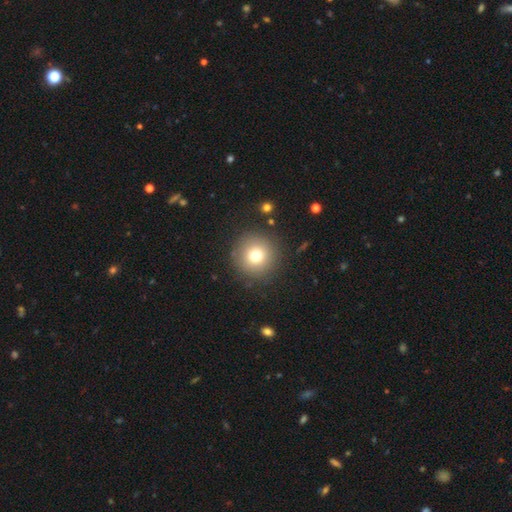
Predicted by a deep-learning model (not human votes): A smooth galaxy with no disk features (74%) that is round (96%).

Vote fractions:
- Smooth or featured? smooth: 74% / star or artifact: 13% / featured or disk: 13%
- How rounded? round: 96% / in between: 3% / cigar-shaped: 1%
- Merging? none: 88% / minor disturbance: 7% / major disturbance: 3% / merger: 2%